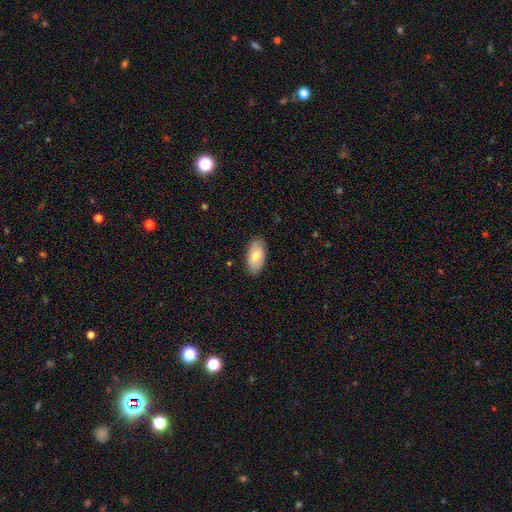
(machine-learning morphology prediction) A smooth galaxy with no disk features (72%) that is in between round and cigar-shaped (93%).

Vote fractions:
- Smooth or featured? smooth: 72% / featured or disk: 22% / star or artifact: 6%
- How rounded? in between: 93% / cigar-shaped: 4% / round: 3%
- Merging? none: 85% / minor disturbance: 11% / major disturbance: 2% / merger: 1%